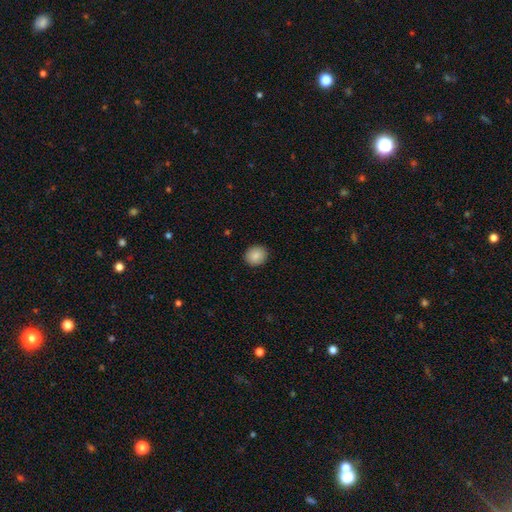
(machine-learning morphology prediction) Smooth or featured: smooth — 88% (star or artifact — 8%)
How rounded: round — 76% (in between — 24%)
Merging: none — 90% (minor disturbance — 7%)